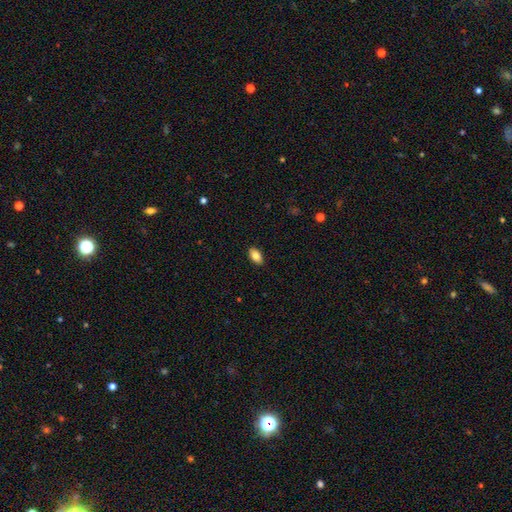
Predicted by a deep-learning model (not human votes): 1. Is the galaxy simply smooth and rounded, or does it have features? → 84% smooth, 8% featured or disk, 8% star or artifact.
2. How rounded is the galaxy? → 92% in between, 5% round, 3% cigar-shaped.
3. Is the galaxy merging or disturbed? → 89% none, 8% minor disturbance, 2% major disturbance, 1% merger.